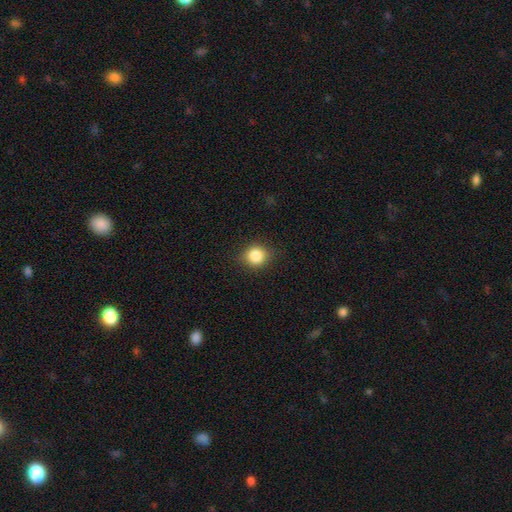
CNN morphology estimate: Smooth or featured? Predicted: smooth (p=0.84). How rounded? Predicted: round (p=0.82). Merging? Predicted: none (p=0.86).